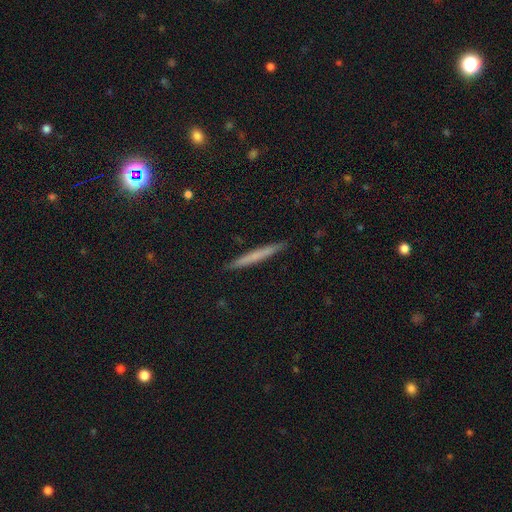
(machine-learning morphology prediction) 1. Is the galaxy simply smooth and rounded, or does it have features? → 58% smooth, 34% featured or disk, 8% star or artifact.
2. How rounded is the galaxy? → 96% cigar-shaped, 2% in between, 2% round.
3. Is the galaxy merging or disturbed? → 92% none, 6% minor disturbance, 1% major disturbance, 1% merger.